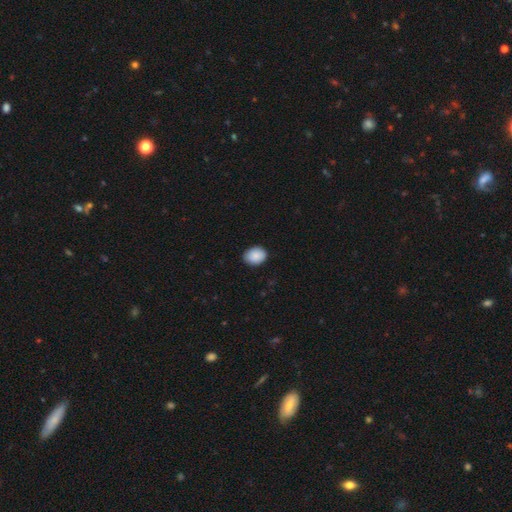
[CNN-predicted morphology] smooth_or_featured: smooth (p=0.89) [alt: star or artifact p=0.07]
how_rounded: in between (p=0.52) [alt: round p=0.47]
merging: none (p=0.87) [alt: minor disturbance p=0.10]